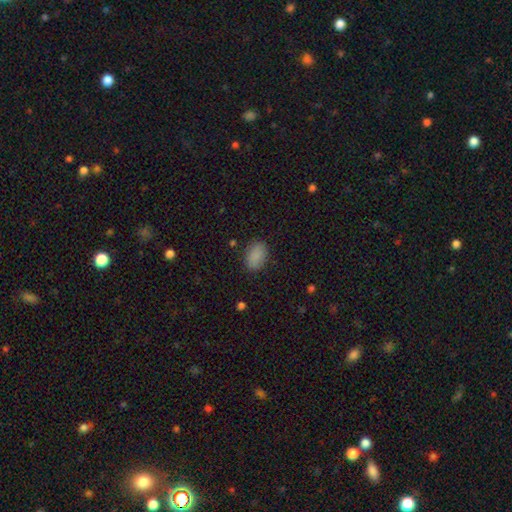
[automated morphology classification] This appears to be a smooth galaxy with no disk features (88%) that is in between round and cigar-shaped (86%). Merging: none (85%).